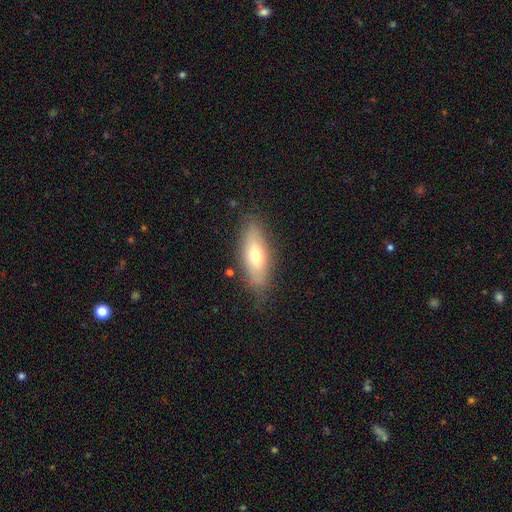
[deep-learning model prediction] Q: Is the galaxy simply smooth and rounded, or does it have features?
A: smooth — 61%.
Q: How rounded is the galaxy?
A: in between — 63%.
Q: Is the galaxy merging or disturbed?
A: none — 80%.